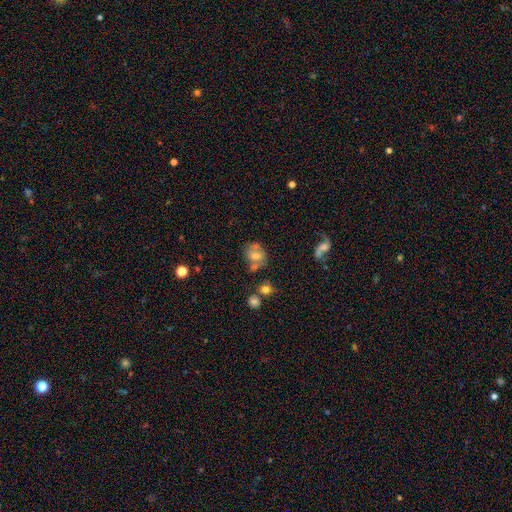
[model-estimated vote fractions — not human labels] smooth_or_featured: smooth (p=0.49) [alt: featured or disk p=0.38]
merging: none (p=0.53) [alt: minor disturbance p=0.20]